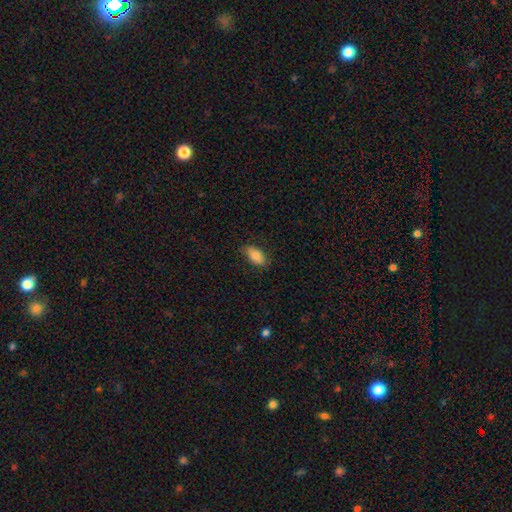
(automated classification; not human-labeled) smooth_or_featured: smooth (p=0.81) [alt: featured or disk p=0.12]
how_rounded: in between (p=0.89) [alt: cigar-shaped p=0.07]
merging: none (p=0.83) [alt: minor disturbance p=0.13]